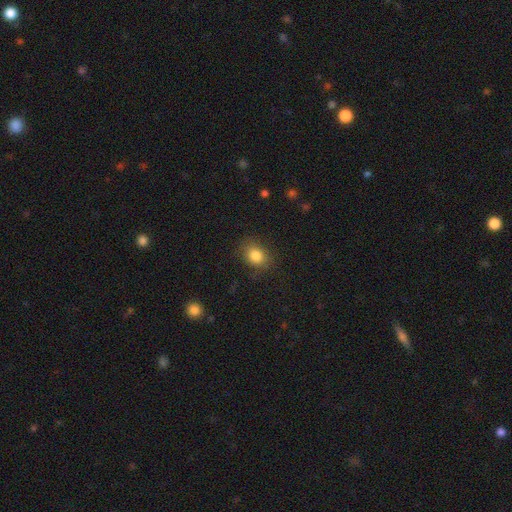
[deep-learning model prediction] smooth_or_featured: smooth (p=0.83) [alt: star or artifact p=0.10]
how_rounded: in between (p=0.54) [alt: round p=0.45]
merging: none (p=0.81) [alt: minor disturbance p=0.13]